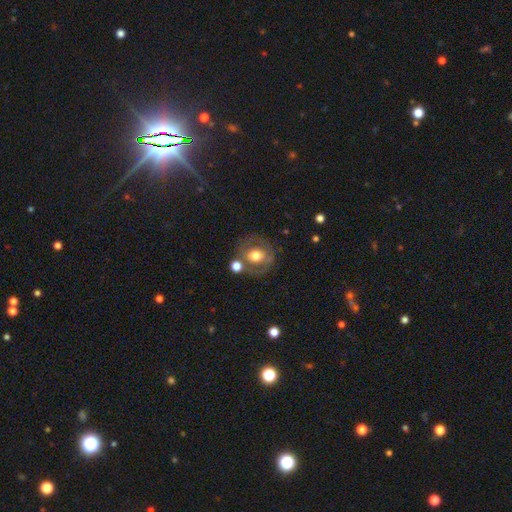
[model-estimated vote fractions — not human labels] A smooth galaxy with no disk features (58%) that is round (81%).

Vote fractions:
- Smooth or featured? smooth: 58% / featured or disk: 32% / star or artifact: 10%
- How rounded? round: 81% / in between: 18% / cigar-shaped: 1%
- Merging? none: 66% / minor disturbance: 14% / merger: 13% / major disturbance: 7%